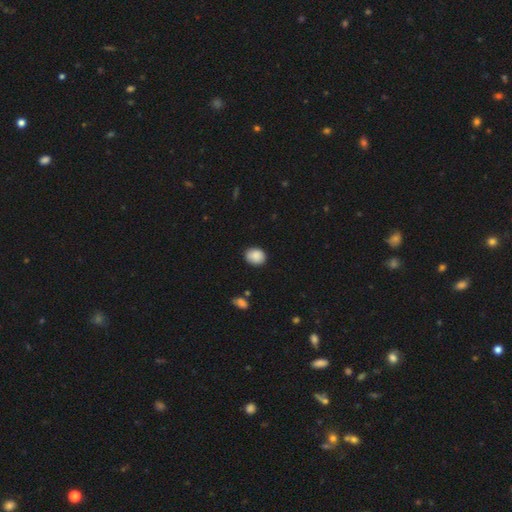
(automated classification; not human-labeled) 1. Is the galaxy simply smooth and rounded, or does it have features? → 89% smooth, 8% star or artifact, 4% featured or disk.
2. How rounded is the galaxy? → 61% round, 38% in between, 1% cigar-shaped.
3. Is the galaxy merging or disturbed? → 86% none, 11% minor disturbance, 2% major disturbance, 1% merger.